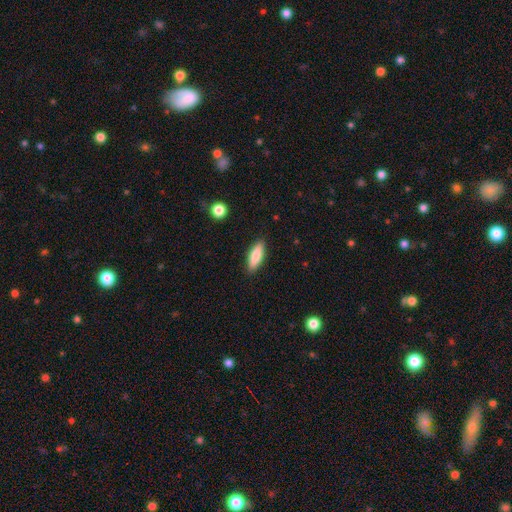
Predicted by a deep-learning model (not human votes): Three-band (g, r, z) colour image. It shows a smooth galaxy with no disk features (79%) that is in between round and cigar-shaped (53%). Merging: none (88%).